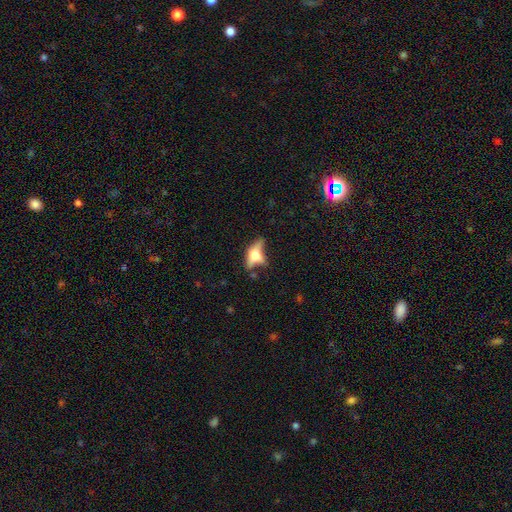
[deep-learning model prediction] Q: Smooth or featured?
A: featured or disk (48%); runner-up: smooth (41%)
Q: Merging?
A: none (41%); runner-up: major disturbance (23%)